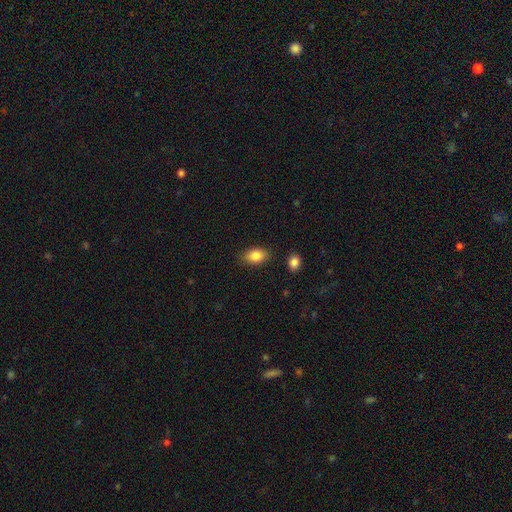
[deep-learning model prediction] Smooth or featured: smooth — 87% (star or artifact — 8%)
How rounded: in between — 87% (round — 12%)
Merging: none — 83% (minor disturbance — 12%)